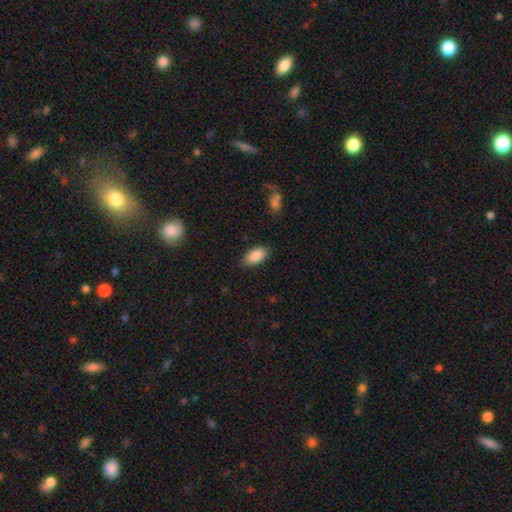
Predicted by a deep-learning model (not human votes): This appears to be a smooth galaxy with no disk features (89%) that is in between round and cigar-shaped (93%). Merging: none (85%).